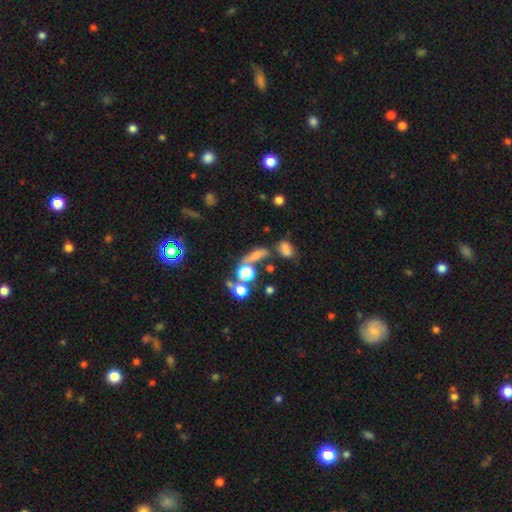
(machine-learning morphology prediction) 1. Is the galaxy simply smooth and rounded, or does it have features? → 47% smooth, 32% star or artifact, 21% featured or disk.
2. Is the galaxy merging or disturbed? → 40% none, 31% merger, 15% major disturbance, 14% minor disturbance.